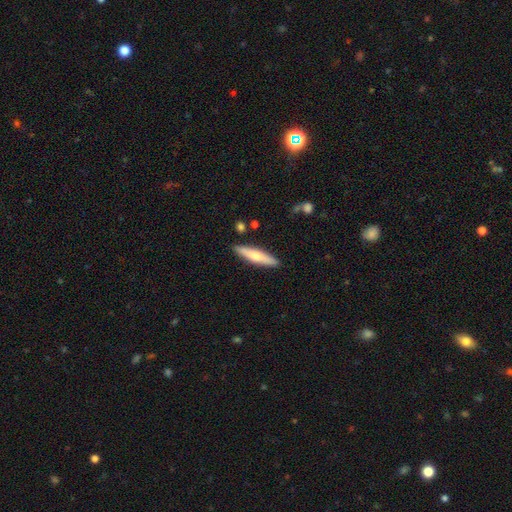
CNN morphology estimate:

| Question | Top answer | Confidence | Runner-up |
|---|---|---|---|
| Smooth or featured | smooth | 58% | featured or disk (37%) |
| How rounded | cigar-shaped | 82% | in between (17%) |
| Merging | none | 88% | minor disturbance (9%) |